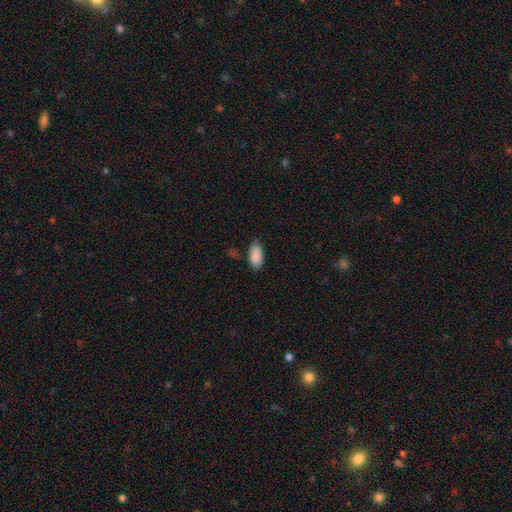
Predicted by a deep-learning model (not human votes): A smooth galaxy with no disk features (89%) that is in between round and cigar-shaped (93%). Merging: none (71%).